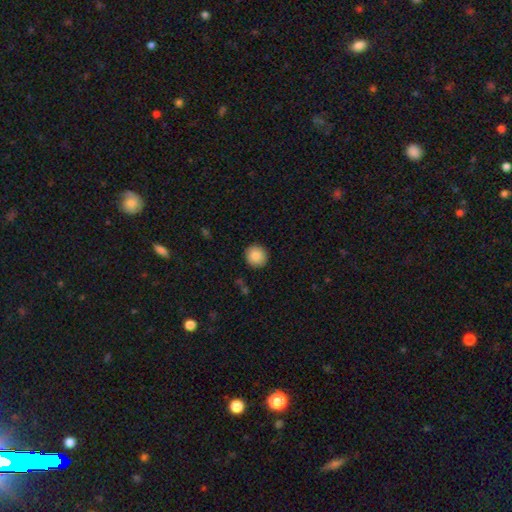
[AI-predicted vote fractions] Q: Smooth or featured?
A: smooth (86%); runner-up: star or artifact (8%)
Q: How rounded?
A: round (93%); runner-up: in between (6%)
Q: Merging?
A: none (91%); runner-up: minor disturbance (6%)